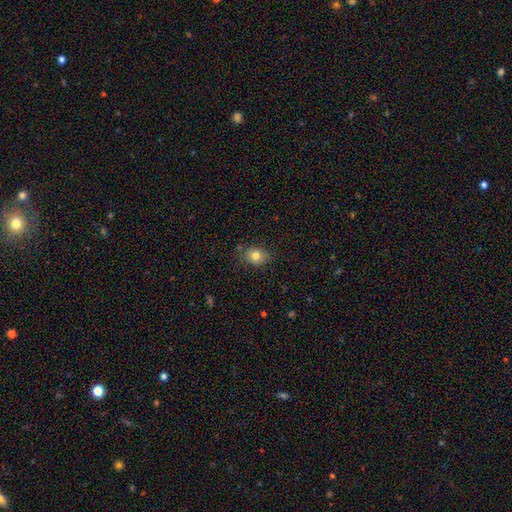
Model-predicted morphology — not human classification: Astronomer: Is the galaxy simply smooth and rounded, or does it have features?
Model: smooth — 80%.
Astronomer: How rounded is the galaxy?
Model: in between — 55% (runner-up: round, 44%).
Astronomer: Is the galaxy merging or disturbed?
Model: none — 79%.